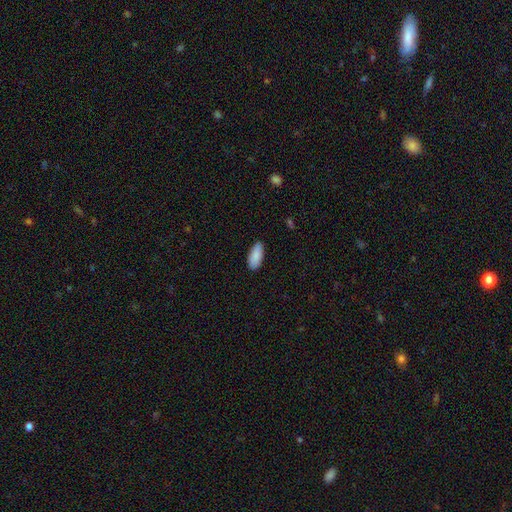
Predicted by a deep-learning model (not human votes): This appears to be a smooth galaxy with no disk features (89%) that is in between round and cigar-shaped (88%). Merging: none (87%).